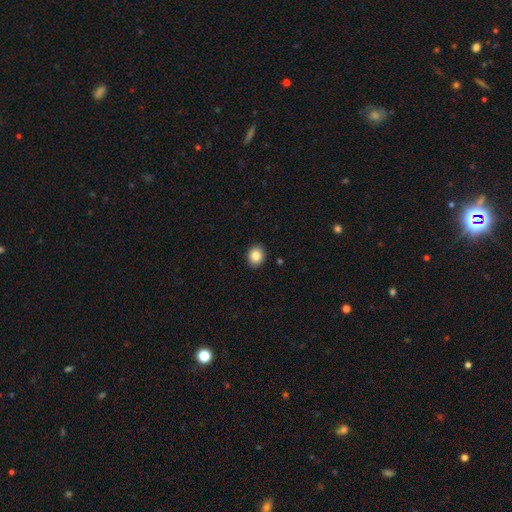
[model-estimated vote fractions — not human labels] smooth 86%, star or artifact 9%, featured or disk 5%. Down the decision tree: how rounded — round (70%); merging — none (91%).